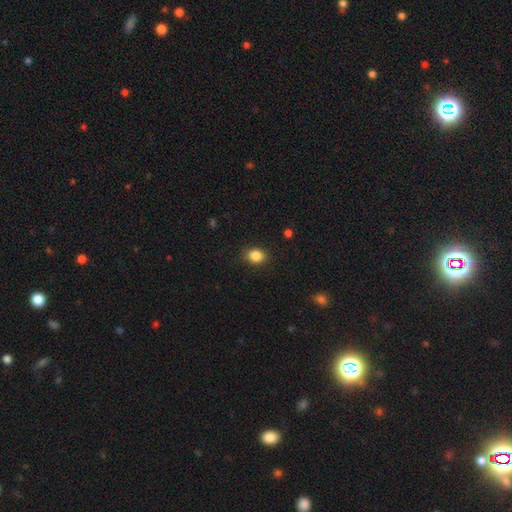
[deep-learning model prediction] This appears to be a smooth galaxy with no disk features (86%) that is round (50%). Merging: none (87%).